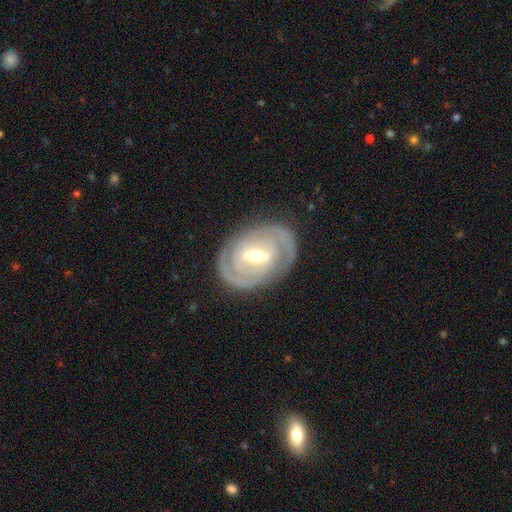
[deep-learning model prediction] A featured or disk galaxy (86%) with a strong bar (44%), 2 (69%) tight (72%) spiral arms (90%) and a moderate central bulge (63%).

Vote fractions:
- Smooth or featured? featured or disk: 86% / smooth: 10% / star or artifact: 4%
- Edge-on disk? no: 96% / yes: 4%
- Bar? strong: 44% / weak: 42% / no: 14%
- Spiral arms? yes: 90% / no: 10%
- Spiral winding? tight: 72% / medium: 22% / loose: 6%
- Spiral arm count? 2: 69% / can't tell: 15% / 3: 7% / 1: 4% / 4: 2% / more than 4: 2%
- Bulge size? moderate: 63% / small: 31% / large: 4% / none: 1% / dominant: 1%
- Merging? none: 82% / minor disturbance: 12% / major disturbance: 4% / merger: 1%